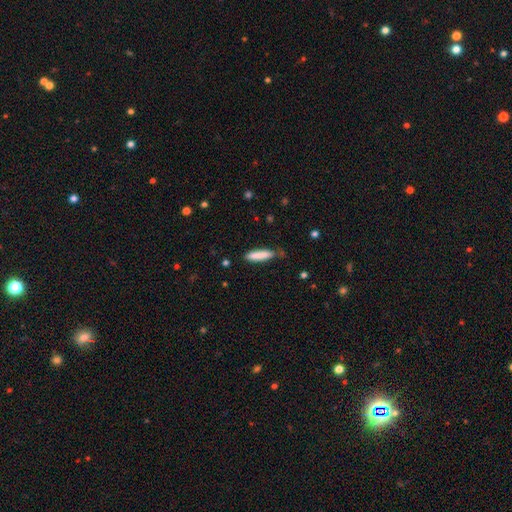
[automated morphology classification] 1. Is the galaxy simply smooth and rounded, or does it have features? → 84% smooth, 10% featured or disk, 6% star or artifact.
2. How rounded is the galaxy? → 79% cigar-shaped, 20% in between, 1% round.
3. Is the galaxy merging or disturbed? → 71% none, 22% minor disturbance, 4% major disturbance, 3% merger.